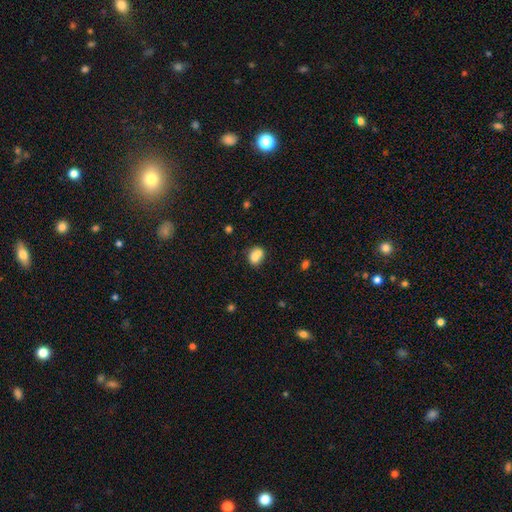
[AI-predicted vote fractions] Smooth or featured? Predicted: smooth (p=0.73). How rounded? Predicted: round (p=0.56). Merging? Predicted: merger (p=0.56).